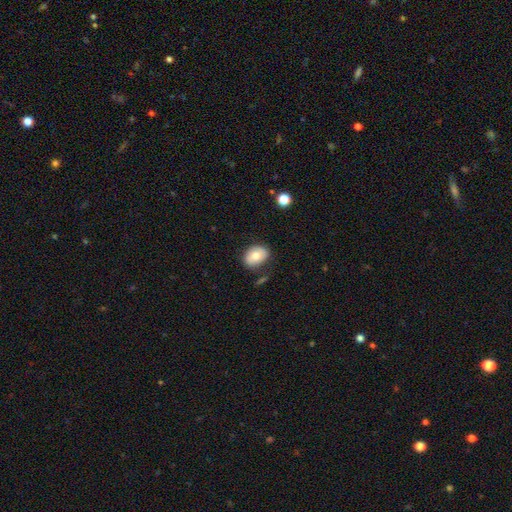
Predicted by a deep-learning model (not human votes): The model was most divided on "how rounded": in between: 75%, round: 24%, cigar-shaped: 1%. More confident: merging — none (77%); smooth or featured — smooth (75%).